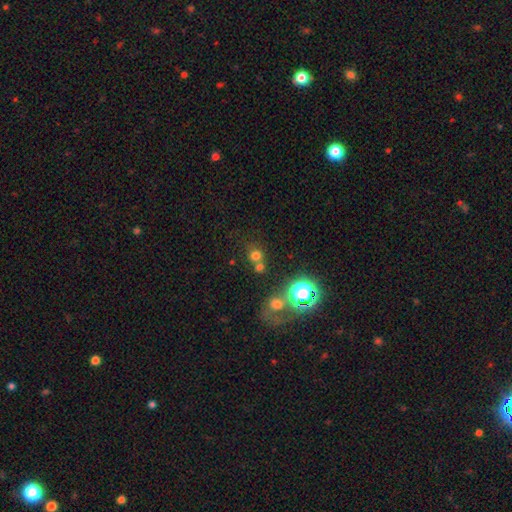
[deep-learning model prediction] smooth_or_featured: smooth (p=0.65) [alt: star or artifact p=0.27]
how_rounded: round (p=0.85) [alt: in between p=0.14]
merging: none (p=0.58) [alt: merger p=0.28]